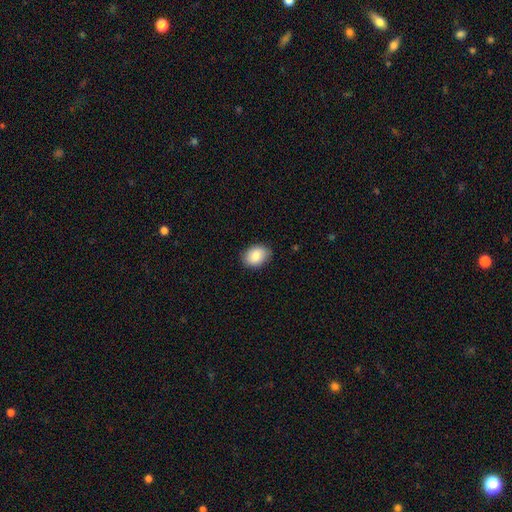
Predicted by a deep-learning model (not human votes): smooth 85%, featured or disk 7%, star or artifact 7%. Down the decision tree: how rounded — in between (75%); merging — none (86%).